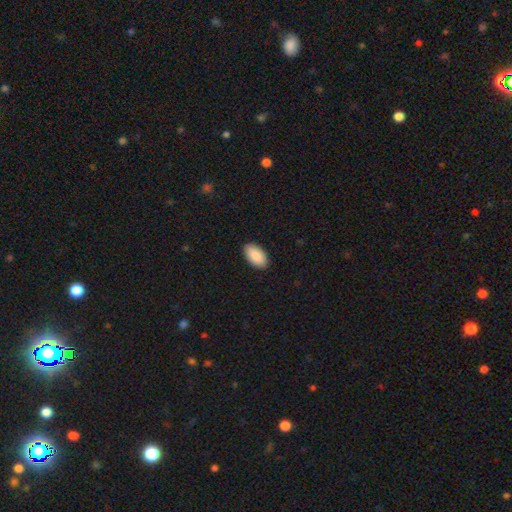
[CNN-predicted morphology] This is clearly a smooth galaxy (88%). How rounded: clearly in between (96%). Merging: clearly none (90%).